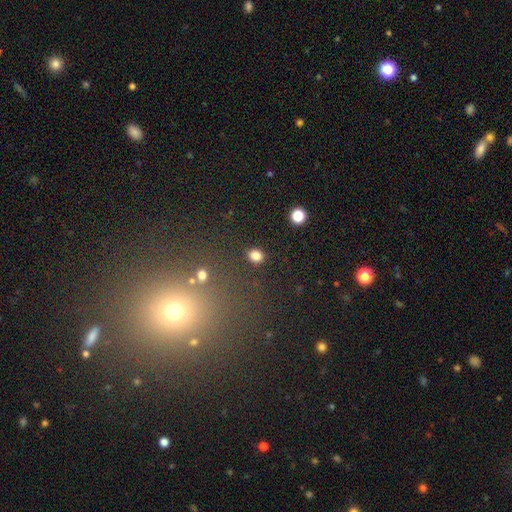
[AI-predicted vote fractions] Overall: smooth (83%). How rounded: round (58%; in between 41%). Merging: none (88%).